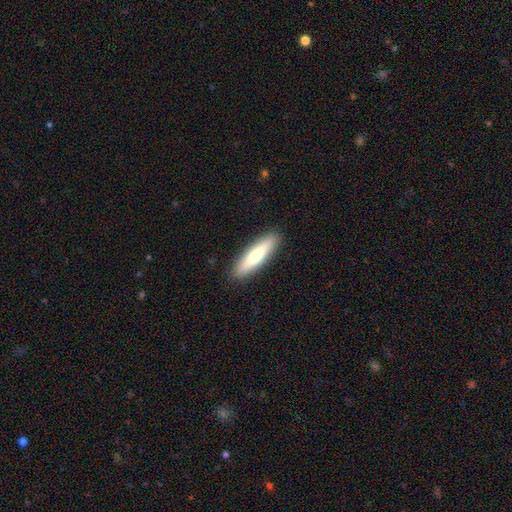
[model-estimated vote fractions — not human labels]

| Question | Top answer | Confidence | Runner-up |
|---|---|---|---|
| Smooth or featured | smooth | 68% | featured or disk (27%) |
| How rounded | cigar-shaped | 74% | in between (24%) |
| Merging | none | 90% | minor disturbance (7%) |